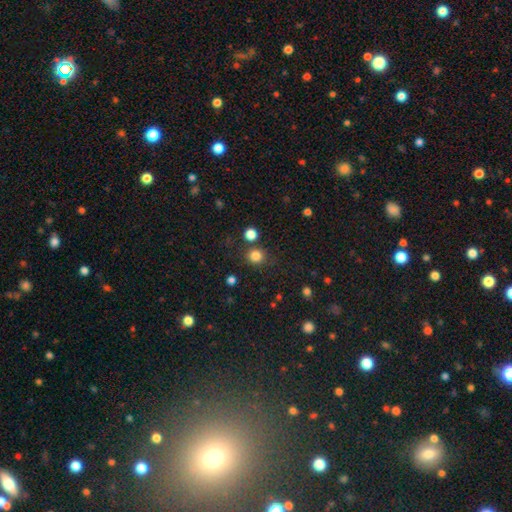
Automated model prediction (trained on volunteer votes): smooth 82%, star or artifact 13%, featured or disk 4%. Down the decision tree: how rounded — round (89%); merging — none (79%).